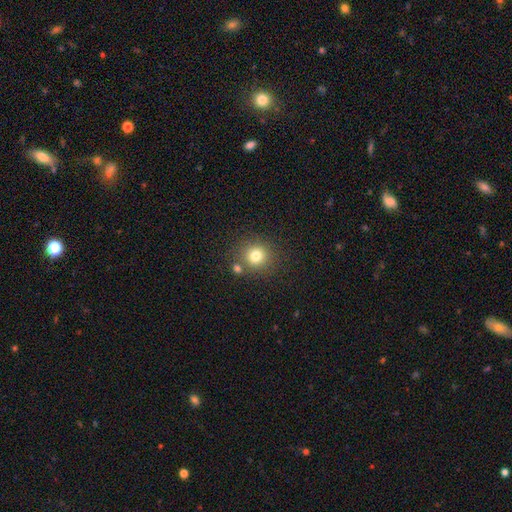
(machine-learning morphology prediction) A smooth galaxy with no disk features (78%) that is round (87%).

Vote fractions:
- Smooth or featured? smooth: 78% / star or artifact: 14% / featured or disk: 9%
- How rounded? round: 87% / in between: 12% / cigar-shaped: 1%
- Merging? none: 75% / merger: 13% / minor disturbance: 9% / major disturbance: 3%